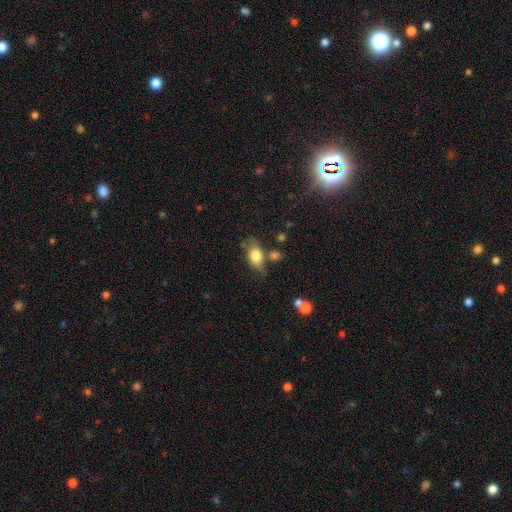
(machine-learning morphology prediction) smooth_or_featured: smooth (p=0.76) [alt: featured or disk p=0.16]
how_rounded: in between (p=0.84) [alt: round p=0.12]
merging: none (p=0.57) [alt: minor disturbance p=0.23]